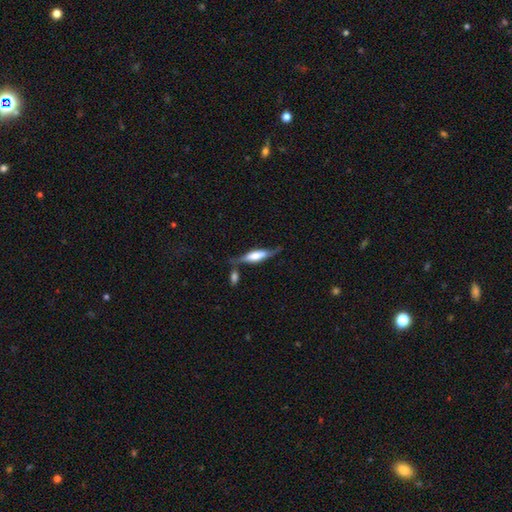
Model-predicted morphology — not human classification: Smooth or featured? Predicted: featured or disk (p=0.58). Edge-on disk? Predicted: yes (p=0.89). Edge-on bulge? Predicted: boxy (p=0.48). Merging? Predicted: none (p=0.59).